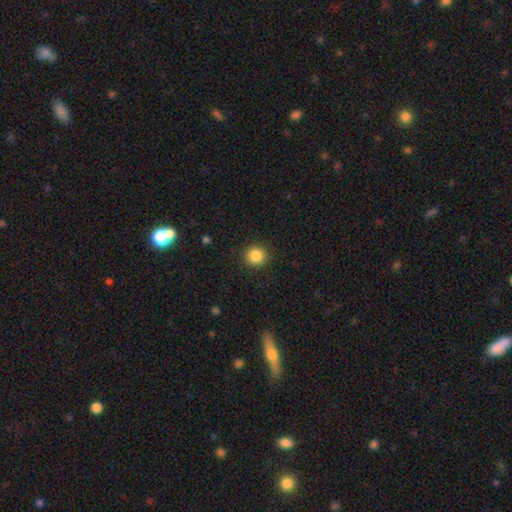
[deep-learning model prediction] A smooth galaxy with no disk features (86%) that is round (93%). Merging: none (91%).